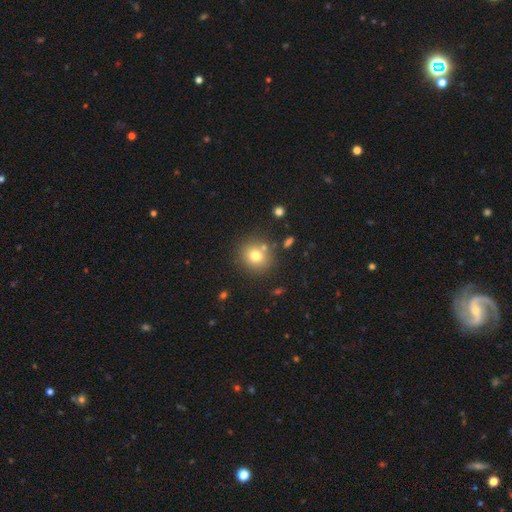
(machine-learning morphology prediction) smooth 75%, star or artifact 13%, featured or disk 12%. Down the decision tree: how rounded — round (83%); merging — none (77%).